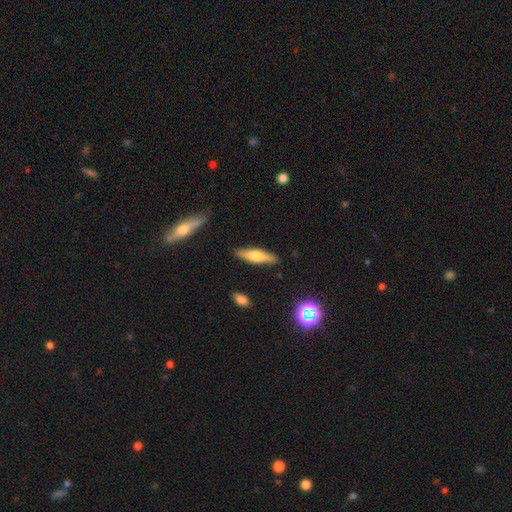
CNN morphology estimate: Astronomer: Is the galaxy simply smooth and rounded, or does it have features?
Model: smooth — 52% (runner-up: featured or disk, 42%).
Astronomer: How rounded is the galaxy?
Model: cigar-shaped — 67%.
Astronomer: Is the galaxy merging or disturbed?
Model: none — 87%.